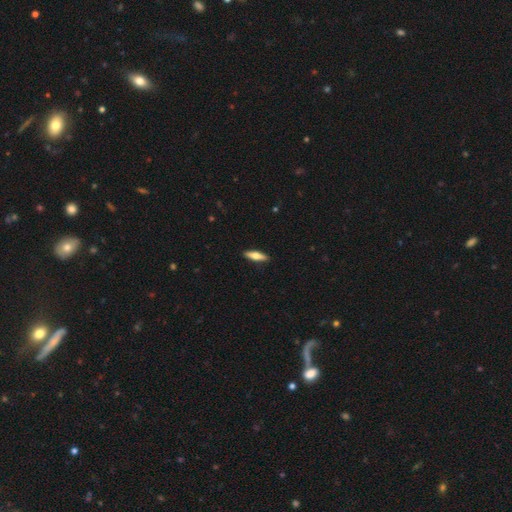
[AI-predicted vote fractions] A smooth galaxy with no disk features (61%) that is cigar-shaped (62%).

Vote fractions:
- Smooth or featured? smooth: 61% / featured or disk: 33% / star or artifact: 5%
- How rounded? cigar-shaped: 62% / in between: 36% / round: 2%
- Merging? none: 90% / minor disturbance: 7% / major disturbance: 2% / merger: 1%